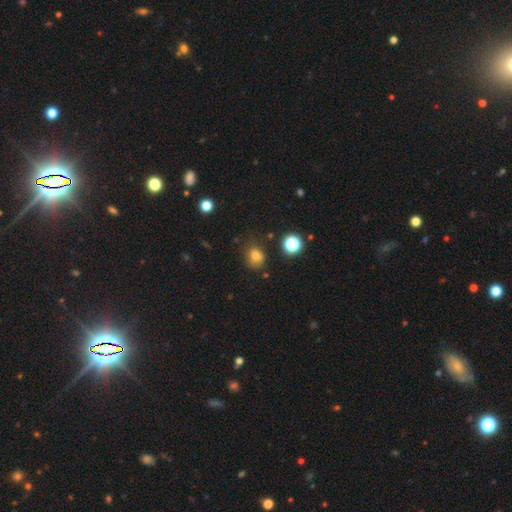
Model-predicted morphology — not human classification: This is likely a smooth galaxy (77%). How rounded: likely round (66%). Merging: likely none (66%).